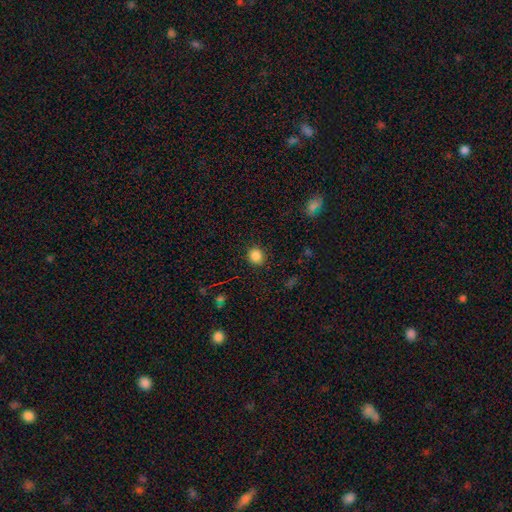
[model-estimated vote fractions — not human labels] Overall: smooth (85%). How rounded: round (83%). Merging: none (89%).